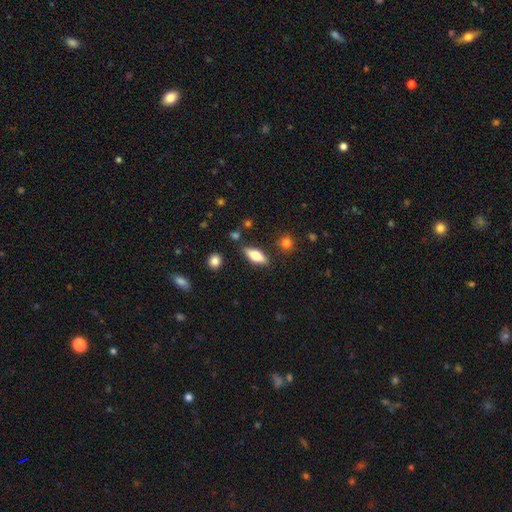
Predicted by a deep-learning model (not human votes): A smooth galaxy with no disk features (64%) that is in between round and cigar-shaped (71%).

Vote fractions:
- Smooth or featured? smooth: 64% / featured or disk: 29% / star or artifact: 7%
- How rounded? in between: 71% / cigar-shaped: 25% / round: 3%
- Merging? none: 82% / minor disturbance: 12% / merger: 3% / major disturbance: 3%